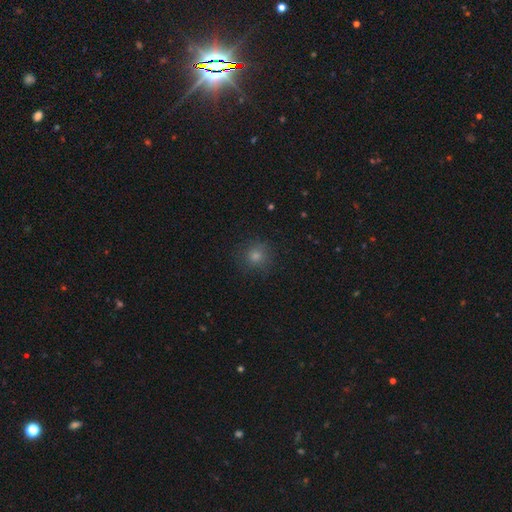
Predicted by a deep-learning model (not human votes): This is likely a smooth galaxy (70%). How rounded: clearly round (92%). Merging: clearly none (88%).